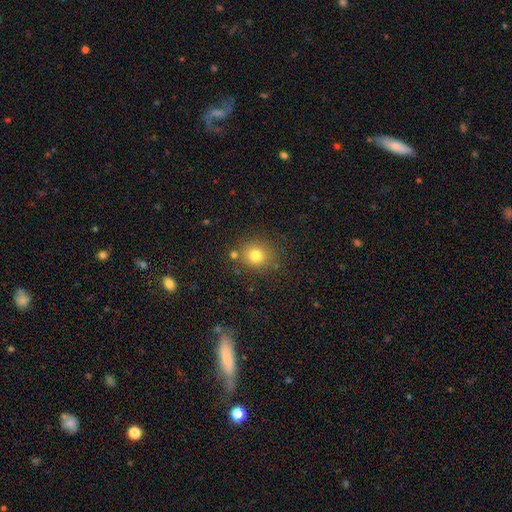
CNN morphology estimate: Smooth or featured: smooth — 76% (star or artifact — 15%)
How rounded: round — 81% (in between — 18%)
Merging: none — 80% (minor disturbance — 10%)